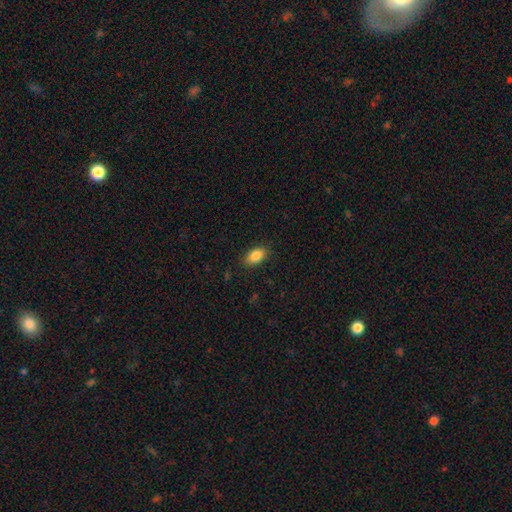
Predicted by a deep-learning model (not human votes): smooth_or_featured: smooth (p=0.86) [alt: star or artifact p=0.08]
how_rounded: in between (p=0.91) [alt: round p=0.07]
merging: none (p=0.87) [alt: minor disturbance p=0.10]